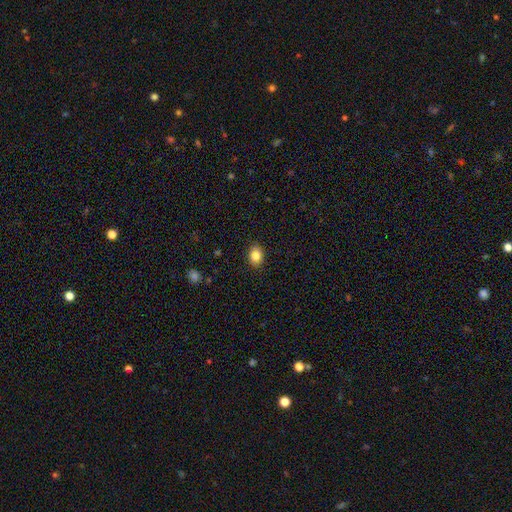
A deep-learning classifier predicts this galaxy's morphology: Smooth or featured? Predicted: smooth (p=0.85). How rounded? Predicted: in between (p=0.57). Merging? Predicted: none (p=0.89).